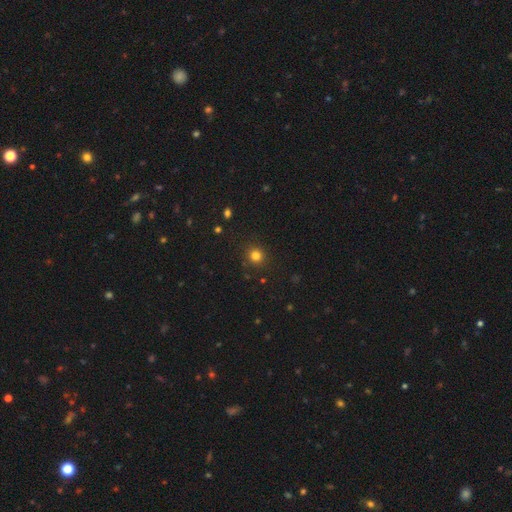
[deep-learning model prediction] Smooth or featured? smooth (81%)
How rounded? round (92%)
Merging? none (89%)